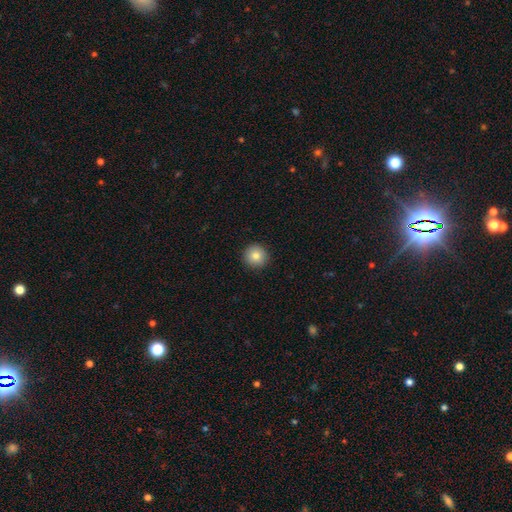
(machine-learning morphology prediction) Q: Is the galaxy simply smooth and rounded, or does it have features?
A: smooth — 82%.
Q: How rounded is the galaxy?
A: round — 95%.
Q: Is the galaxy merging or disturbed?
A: none — 93%.